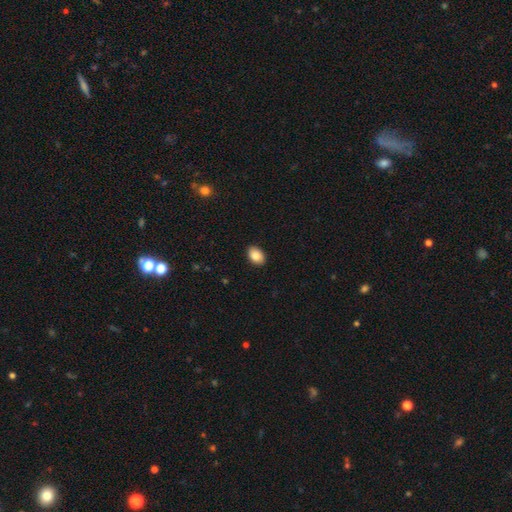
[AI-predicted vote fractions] smooth 88%, star or artifact 7%, featured or disk 5%. Down the decision tree: how rounded — in between (84%); merging — none (90%).